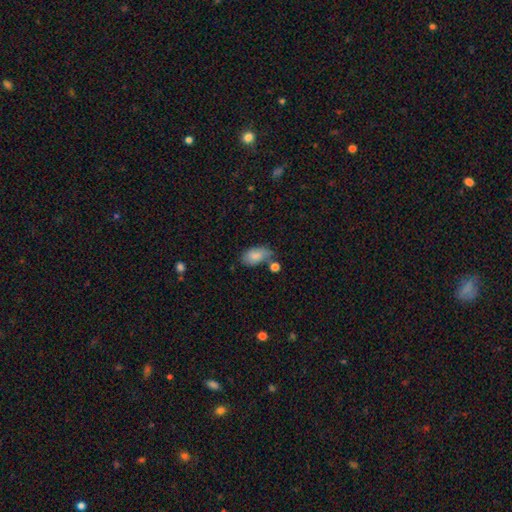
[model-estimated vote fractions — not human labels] Overall: smooth (82%). How rounded: in between (92%). Merging: none (48%; minor disturbance 28%).